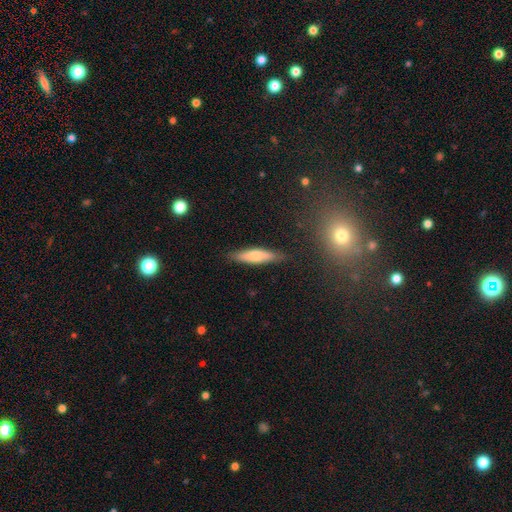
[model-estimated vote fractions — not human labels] Smooth or featured: smooth — 67% (featured or disk — 27%)
How rounded: cigar-shaped — 72% (in between — 26%)
Merging: none — 85% (minor disturbance — 11%)